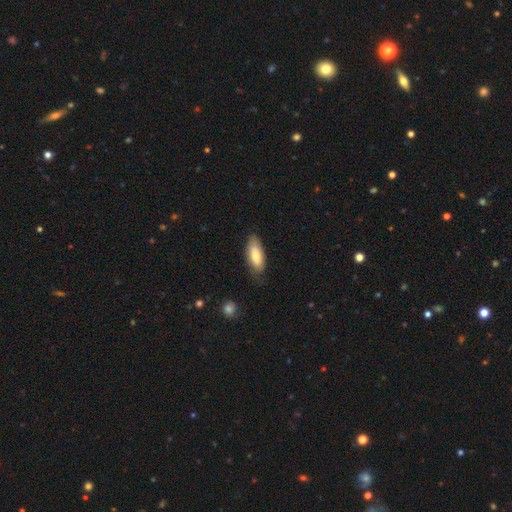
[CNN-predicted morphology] Overall: smooth (72%). How rounded: in between (81%). Merging: none (71%).